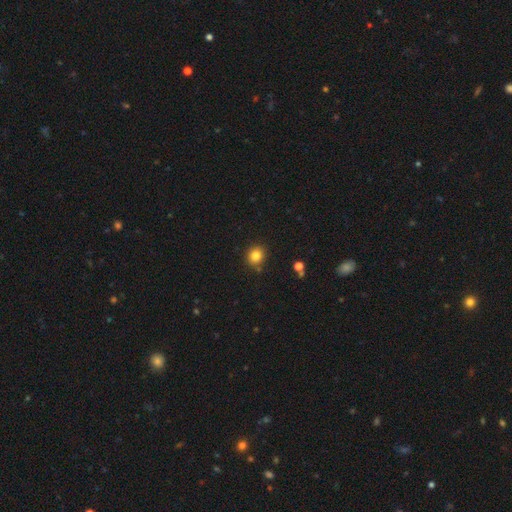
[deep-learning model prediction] Morphology: type=smooth (83%); roundness=round (82%); merging=none (86%).